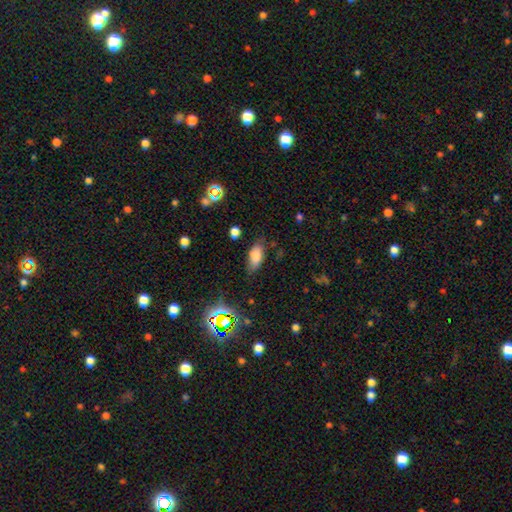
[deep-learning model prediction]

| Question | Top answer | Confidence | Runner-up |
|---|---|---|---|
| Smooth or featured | smooth | 77% | star or artifact (12%) |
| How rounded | in between | 88% | cigar-shaped (9%) |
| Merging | none | 71% | minor disturbance (21%) |